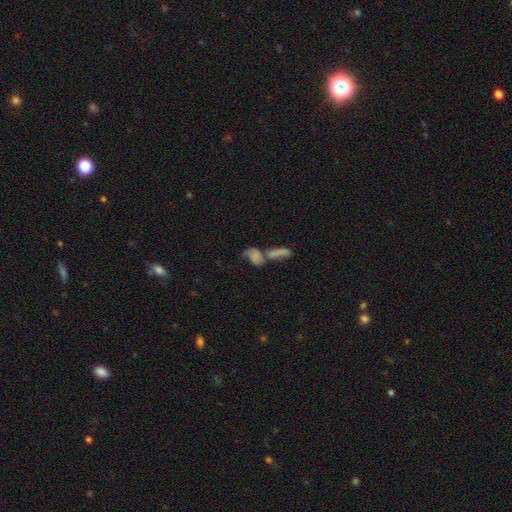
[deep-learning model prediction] A smooth galaxy with no disk features (47%).

Vote fractions:
- Smooth or featured? smooth: 47% / star or artifact: 29% / featured or disk: 25%
- Merging? none: 46% / merger: 36% / minor disturbance: 10% / major disturbance: 8%